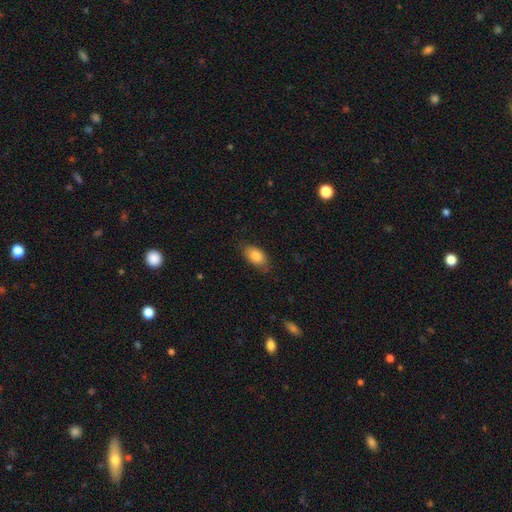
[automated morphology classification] smooth_or_featured: smooth (p=0.85) [alt: featured or disk p=0.08]
how_rounded: in between (p=0.92) [alt: round p=0.06]
merging: none (p=0.75) [alt: minor disturbance p=0.19]